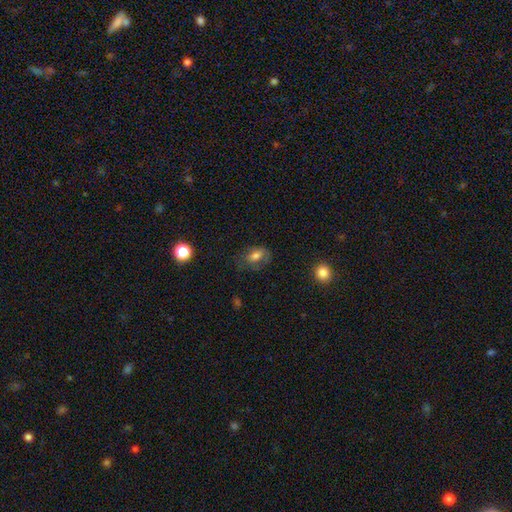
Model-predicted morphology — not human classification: This appears to be a smooth galaxy with no disk features (71%) that is in between round and cigar-shaped (81%). Merging: none (60%).